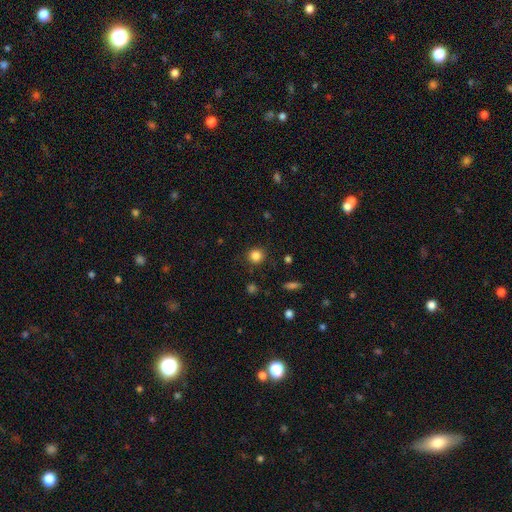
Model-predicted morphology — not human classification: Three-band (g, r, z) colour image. It shows a smooth galaxy with no disk features (84%) that is round (90%). Merging: none (88%).